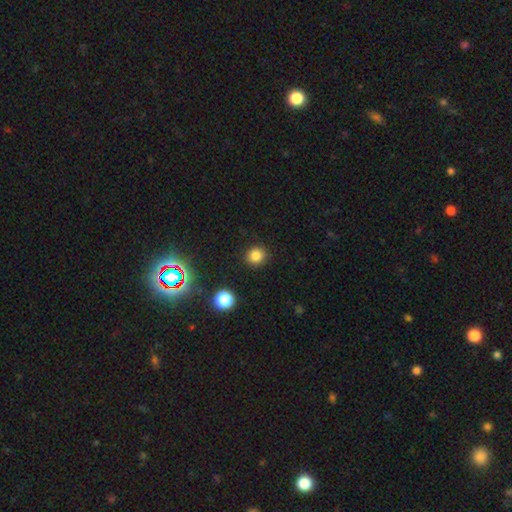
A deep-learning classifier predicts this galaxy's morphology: Smooth or featured? smooth (82%)
How rounded? round (90%)
Merging? none (90%)